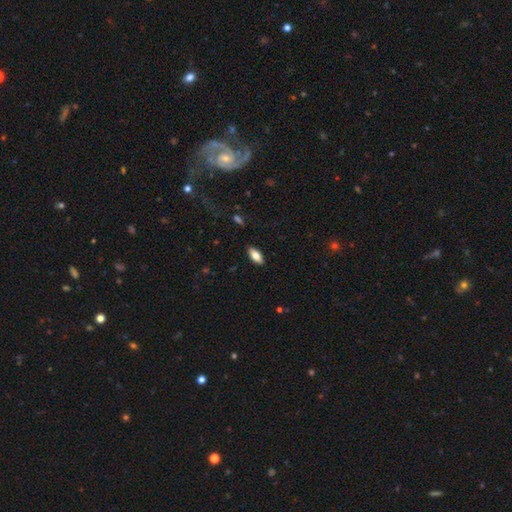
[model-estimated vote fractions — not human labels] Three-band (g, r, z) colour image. It shows a smooth galaxy with no disk features (76%) that is in between round and cigar-shaped (83%). Merging: none (88%).